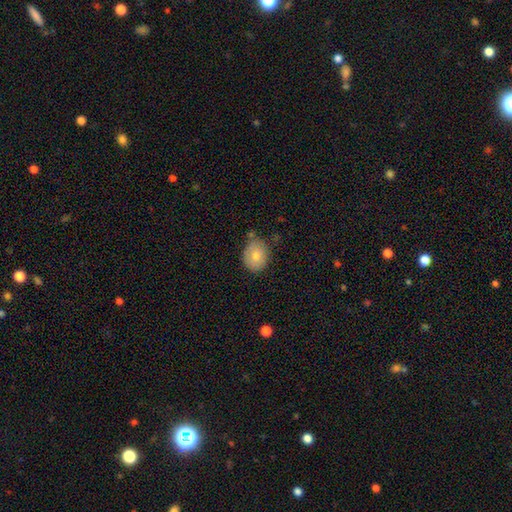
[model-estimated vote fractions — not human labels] smooth-or-featured: smooth: 74% | featured or disk: 17% | star or artifact: 10%
  how-rounded: round: 54% | in between: 45% | cigar-shaped: 1%
  merging: none: 71% | minor disturbance: 21% | merger: 4% | major disturbance: 4%